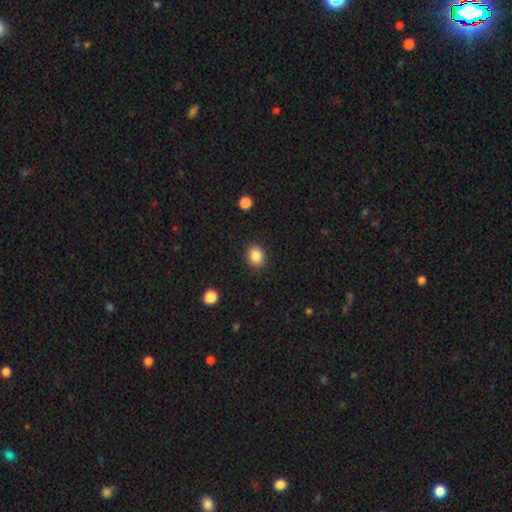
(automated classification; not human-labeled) Smooth or featured: smooth — 86% (star or artifact — 9%)
How rounded: round — 51% (in between — 48%)
Merging: none — 87% (minor disturbance — 9%)